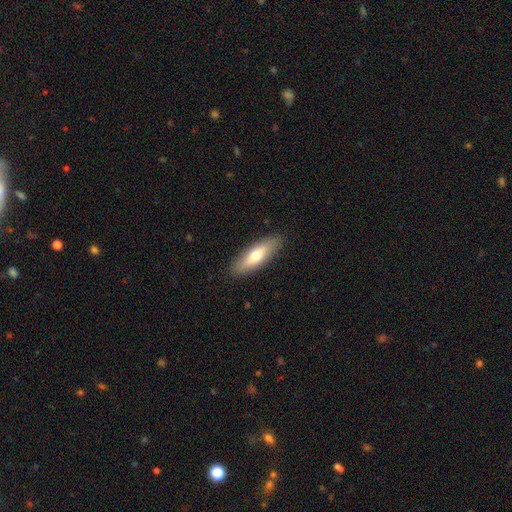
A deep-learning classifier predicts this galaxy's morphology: This is likely a smooth galaxy (65%). How rounded: possibly cigar-shaped (51%). Merging: clearly none (88%).